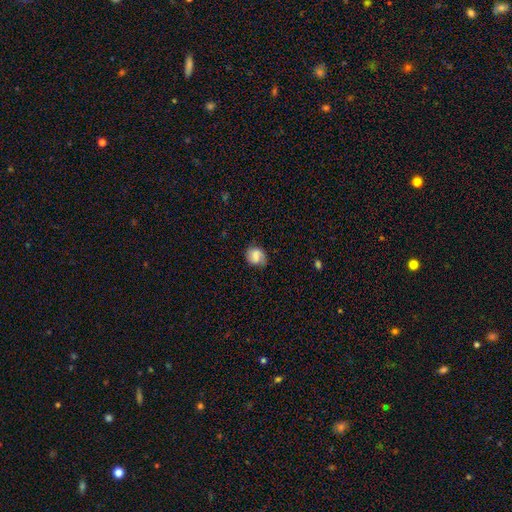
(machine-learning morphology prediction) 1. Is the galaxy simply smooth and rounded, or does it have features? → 65% smooth, 26% featured or disk, 9% star or artifact.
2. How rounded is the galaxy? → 64% round, 35% in between, 1% cigar-shaped.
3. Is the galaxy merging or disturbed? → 68% none, 23% minor disturbance, 8% major disturbance, 2% merger.